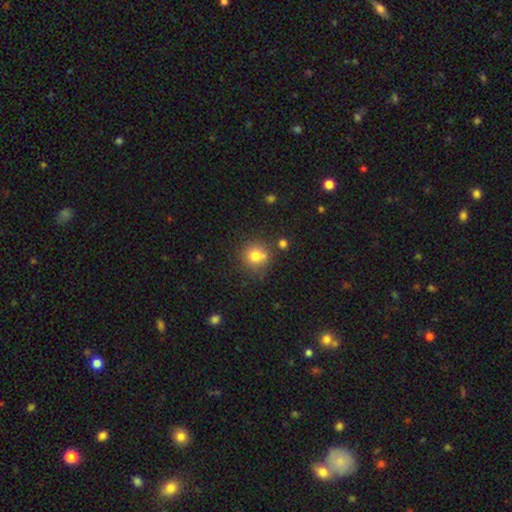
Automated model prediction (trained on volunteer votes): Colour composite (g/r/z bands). It shows a smooth galaxy with no disk features (77%) that is round (88%). Merging: none (71%).